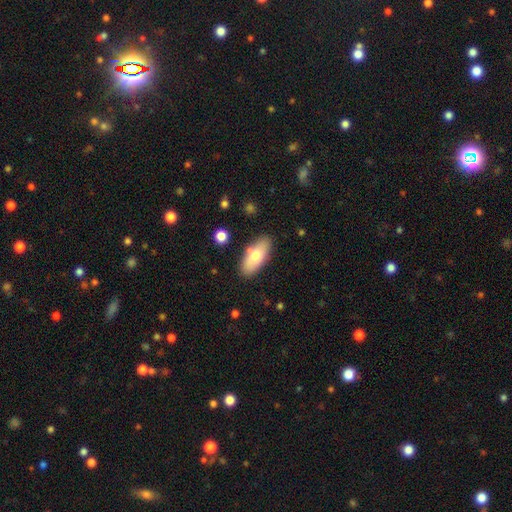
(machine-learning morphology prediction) Smooth or featured?
  - smooth: 70% *
  - featured or disk: 23%
  - star or artifact: 6%
How rounded?
  - in between: 86% *
  - cigar-shaped: 12%
  - round: 3%
Merging?
  - none: 83% *
  - minor disturbance: 11%
  - merger: 4%
  - major disturbance: 3%